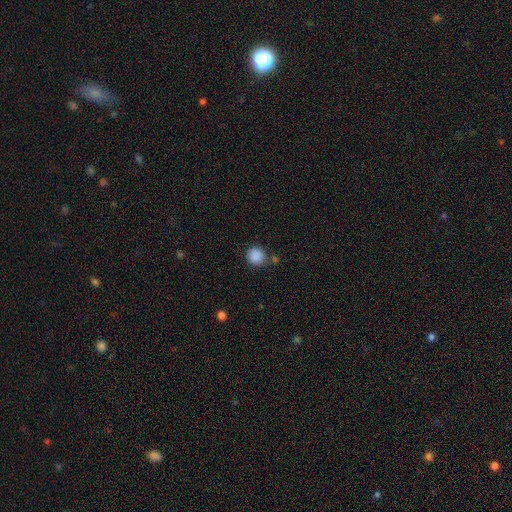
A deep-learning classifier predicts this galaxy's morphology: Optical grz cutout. It shows a smooth galaxy with no disk features (88%) that is round (92%). Merging: none (80%).